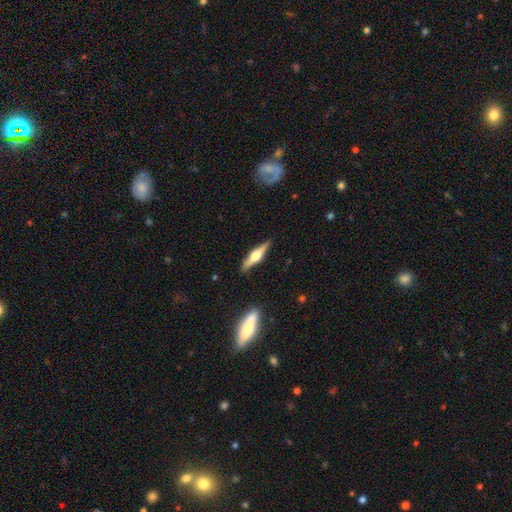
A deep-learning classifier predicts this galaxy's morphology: smooth_or_featured: featured or disk (p=0.67) [alt: smooth p=0.27]
disk_edge_on: yes (p=0.97) [alt: no p=0.03]
edge_on_bulge: rounded (p=0.93) [alt: boxy p=0.05]
merging: none (p=0.88) [alt: minor disturbance p=0.08]